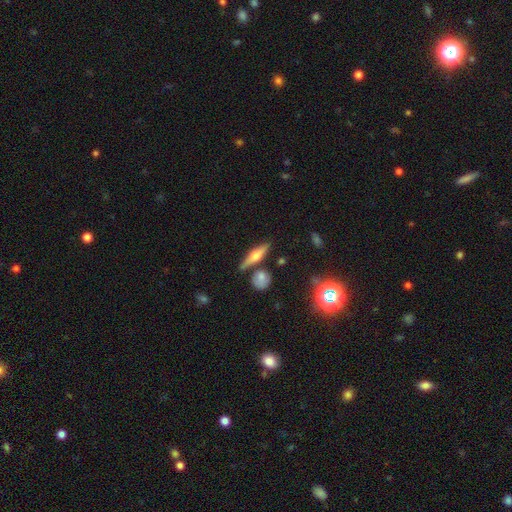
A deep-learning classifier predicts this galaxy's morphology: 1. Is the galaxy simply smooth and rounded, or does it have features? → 57% featured or disk, 34% smooth, 8% star or artifact.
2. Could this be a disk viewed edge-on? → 94% yes, 6% no.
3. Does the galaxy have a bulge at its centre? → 90% rounded, 7% boxy, 4% none.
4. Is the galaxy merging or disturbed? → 76% none, 11% minor disturbance, 10% merger, 3% major disturbance.